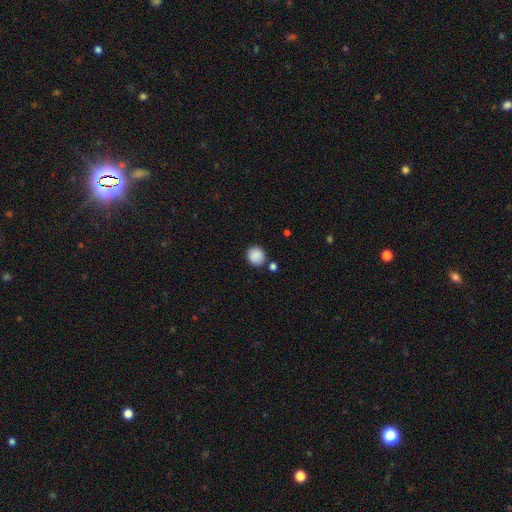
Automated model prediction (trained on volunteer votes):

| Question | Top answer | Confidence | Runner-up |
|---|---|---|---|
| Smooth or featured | smooth | 88% | star or artifact (8%) |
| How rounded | round | 88% | in between (11%) |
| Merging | none | 80% | minor disturbance (10%) |